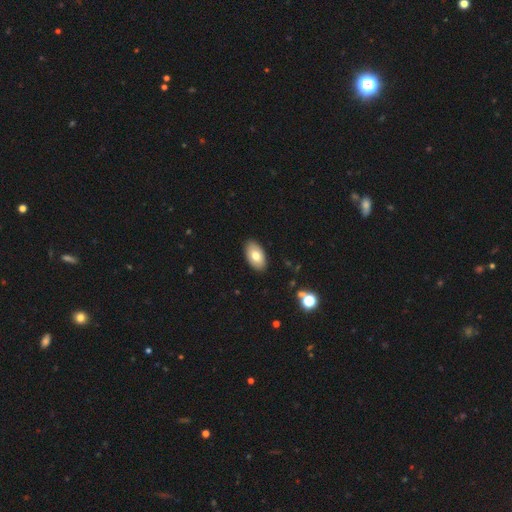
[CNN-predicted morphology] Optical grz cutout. It shows a smooth galaxy with no disk features (74%) that is in between round and cigar-shaped (94%). Merging: none (89%).